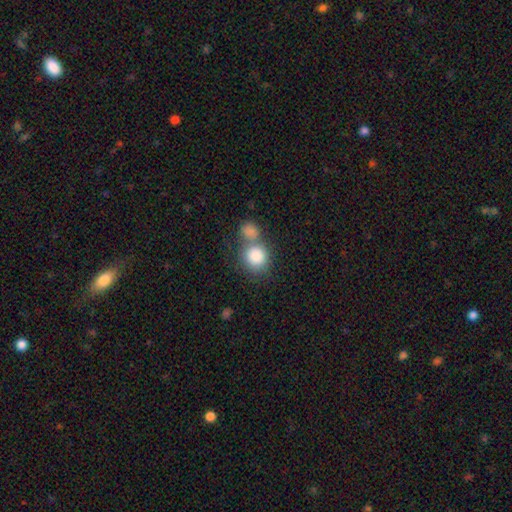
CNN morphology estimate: Smooth or featured: smooth — 85% (star or artifact — 8%)
How rounded: round — 82% (in between — 17%)
Merging: merger — 44% (none — 42%)